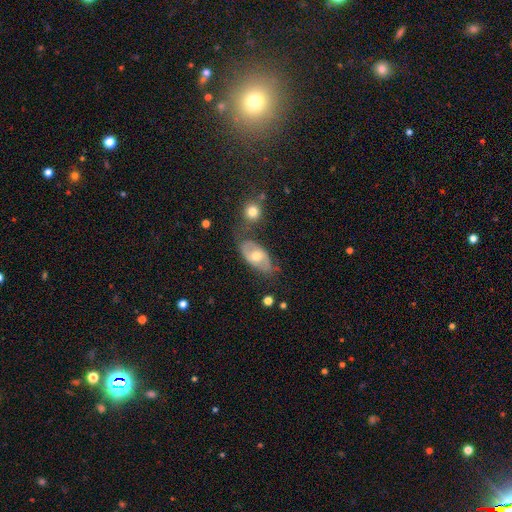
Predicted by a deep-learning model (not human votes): The model was most divided on "spiral arms": yes: 54%, no: 46%. More confident: edge-on disk — no (89%); bar — no (75%); bulge size — moderate (73%); merging — none (64%); smooth or featured — featured or disk (57%).